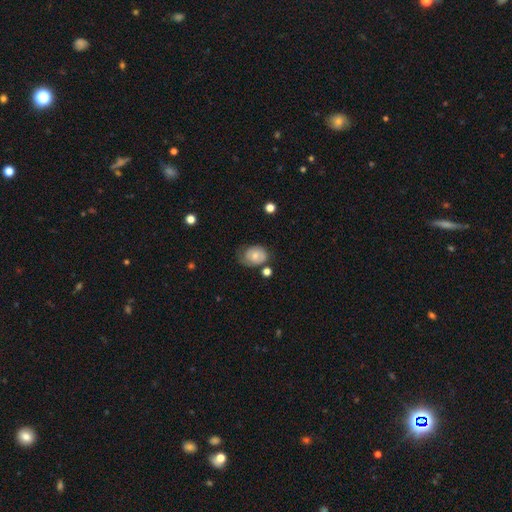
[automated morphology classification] A smooth galaxy with no disk features (62%) that is in between round and cigar-shaped (58%).

Vote fractions:
- Smooth or featured? smooth: 62% / featured or disk: 30% / star or artifact: 9%
- How rounded? in between: 58% / round: 41% / cigar-shaped: 1%
- Merging? none: 47% / minor disturbance: 32% / major disturbance: 14% / merger: 7%